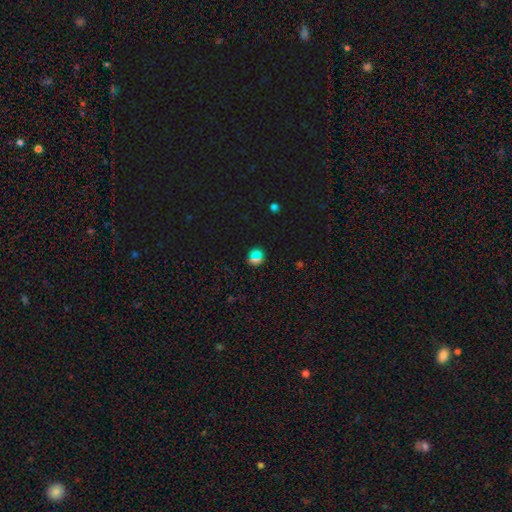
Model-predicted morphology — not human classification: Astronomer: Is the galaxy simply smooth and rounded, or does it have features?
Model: smooth — 54% (runner-up: star or artifact, 38%).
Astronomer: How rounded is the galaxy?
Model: round — 85%.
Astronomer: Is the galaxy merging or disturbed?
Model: none — 82%.